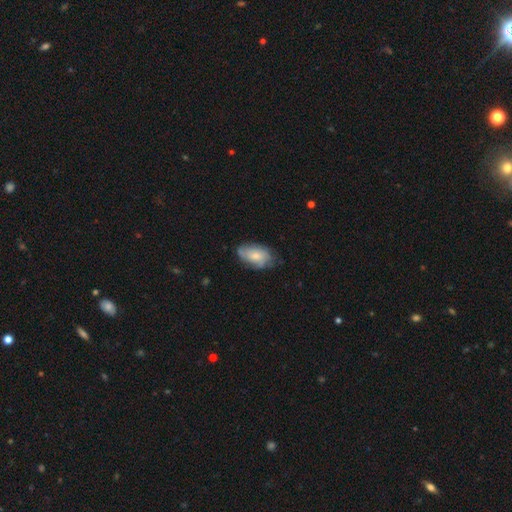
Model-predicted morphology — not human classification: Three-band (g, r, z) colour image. It shows a smooth galaxy with no disk features (61%) that is in between round and cigar-shaped (92%). Merging: none (64%).